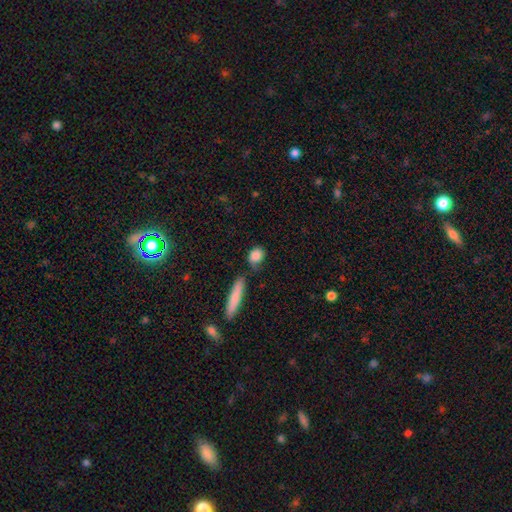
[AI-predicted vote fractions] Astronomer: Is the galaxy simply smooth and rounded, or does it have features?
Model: smooth — 85%.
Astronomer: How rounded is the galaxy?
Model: round — 50% (runner-up: in between, 39%).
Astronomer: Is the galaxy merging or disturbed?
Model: none — 64%.